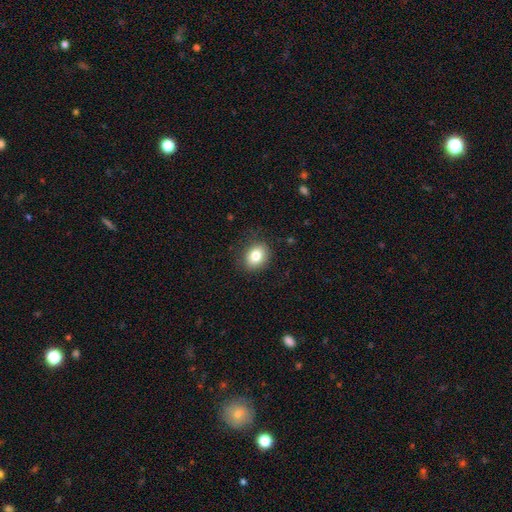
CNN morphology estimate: Smooth or featured? smooth (81%)
How rounded? in between (52%)
Merging? none (86%)